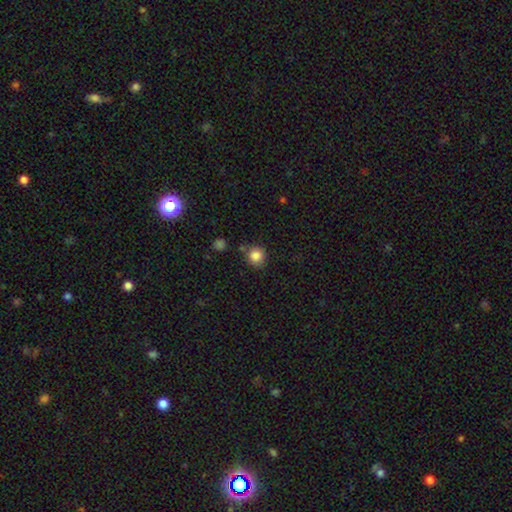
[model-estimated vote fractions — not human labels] Smooth or featured?
  - smooth: 85% *
  - star or artifact: 10%
  - featured or disk: 4%
How rounded?
  - round: 91% *
  - in between: 8%
  - cigar-shaped: 1%
Merging?
  - none: 79% *
  - minor disturbance: 11%
  - merger: 7%
  - major disturbance: 3%